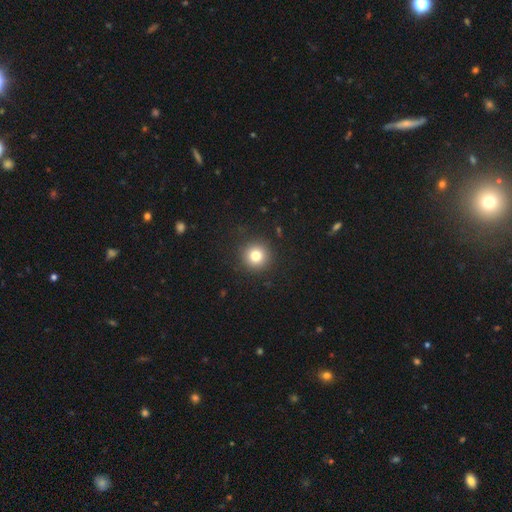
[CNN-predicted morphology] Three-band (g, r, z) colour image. It shows a smooth galaxy with no disk features (80%) that is round (95%). Merging: none (92%).